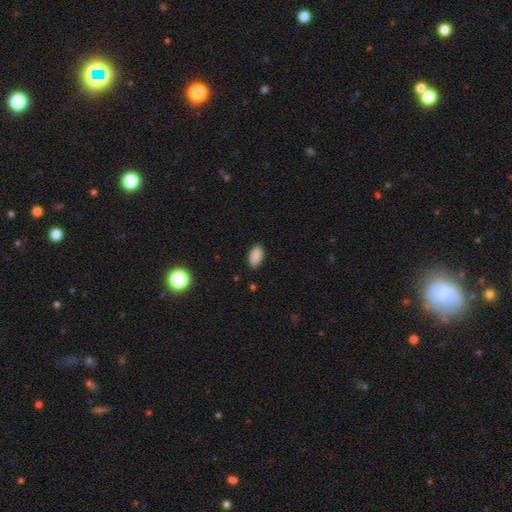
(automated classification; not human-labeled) The model was most divided on "merging": none: 85%, minor disturbance: 12%, major disturbance: 2%, merger: 1%. More confident: how rounded — in between (94%); smooth or featured — smooth (88%).